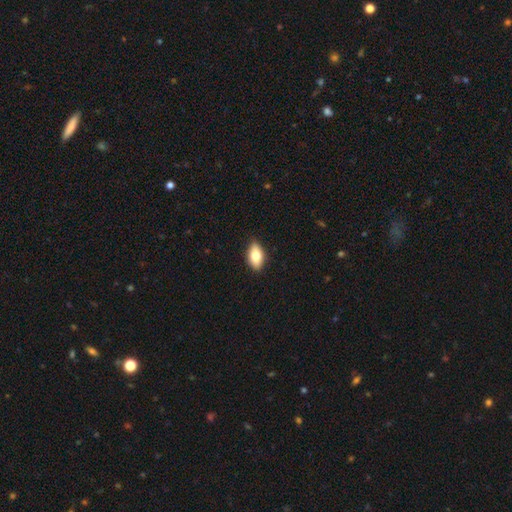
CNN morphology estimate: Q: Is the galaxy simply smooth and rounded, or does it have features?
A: smooth — 74%.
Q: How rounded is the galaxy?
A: in between — 88%.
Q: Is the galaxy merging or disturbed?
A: none — 87%.